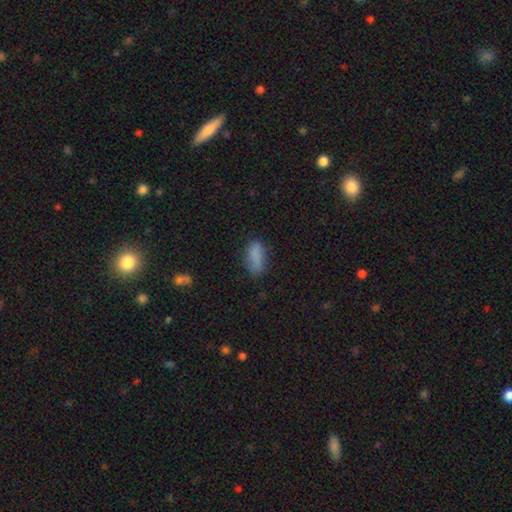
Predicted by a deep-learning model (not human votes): This is clearly a smooth galaxy (84%). How rounded: clearly in between (81%). Merging: likely none (70%).